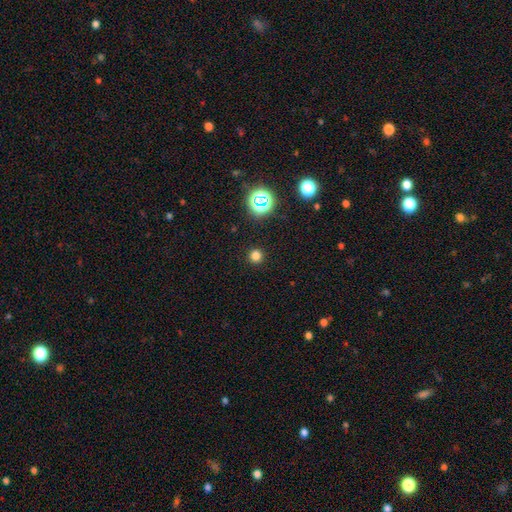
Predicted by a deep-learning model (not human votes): smooth 76%, star or artifact 19%, featured or disk 4%. Down the decision tree: how rounded — round (95%); merging — none (92%).